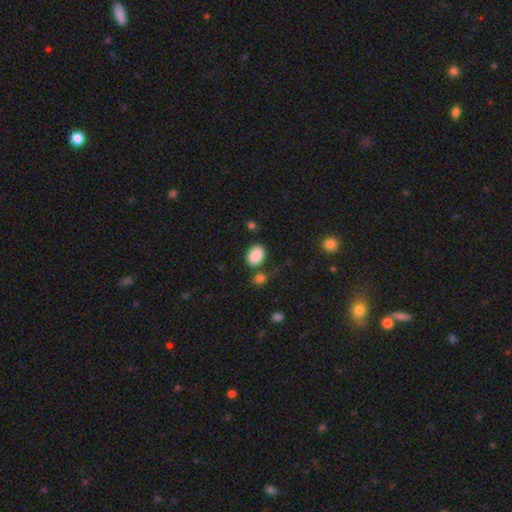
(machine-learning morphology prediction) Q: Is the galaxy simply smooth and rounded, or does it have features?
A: smooth — 88%.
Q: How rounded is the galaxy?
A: in between — 80%.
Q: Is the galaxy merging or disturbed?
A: none — 76%.